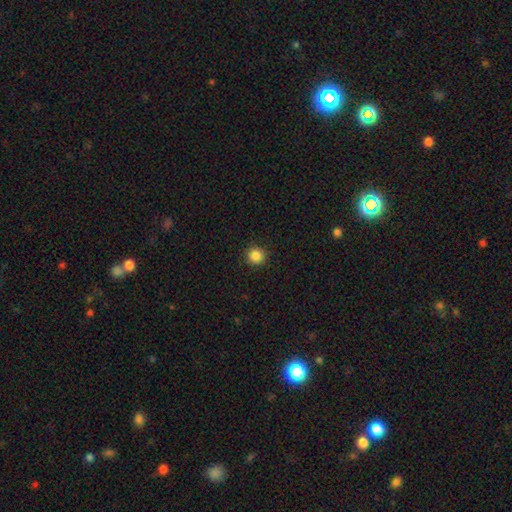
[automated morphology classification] Smooth or featured: smooth — 86% (star or artifact — 11%)
How rounded: round — 95% (in between — 4%)
Merging: none — 92% (minor disturbance — 5%)